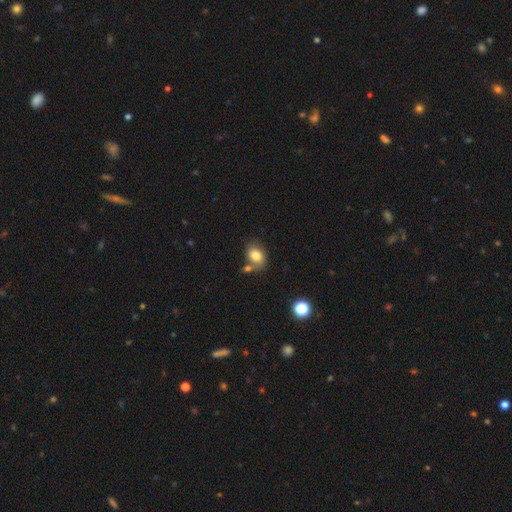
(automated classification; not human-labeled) This appears to be a smooth galaxy with no disk features (80%) that is in between round and cigar-shaped (70%). Merging: none (56%).